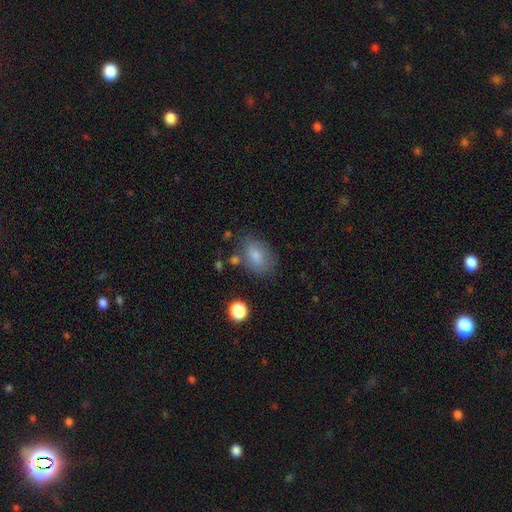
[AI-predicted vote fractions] This appears to be a smooth galaxy with no disk features (78%) that is in between round and cigar-shaped (75%). Merging: none (65%).